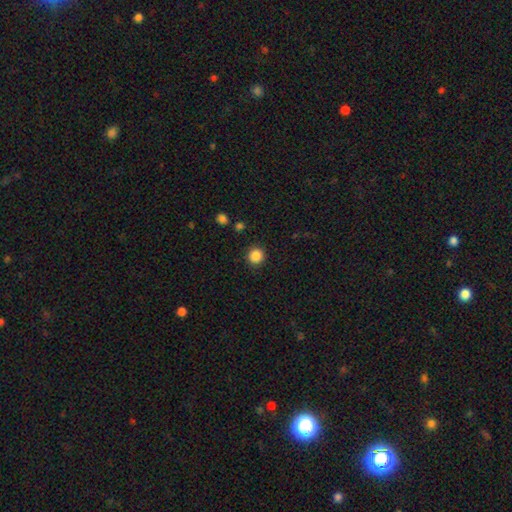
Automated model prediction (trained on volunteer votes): Overall: smooth (87%). How rounded: round (93%). Merging: none (91%).